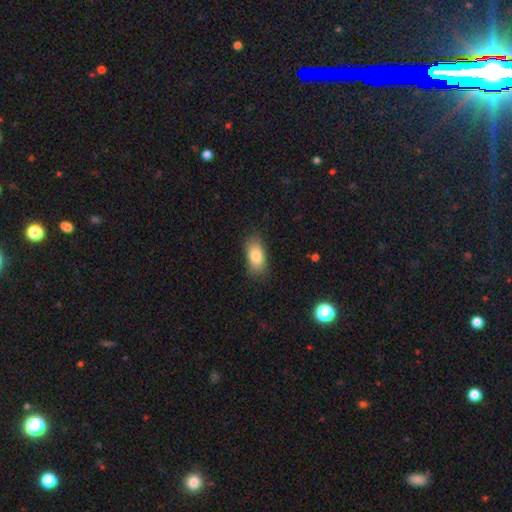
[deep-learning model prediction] A smooth galaxy with no disk features (83%) that is in between round and cigar-shaped (90%). Merging: none (83%).